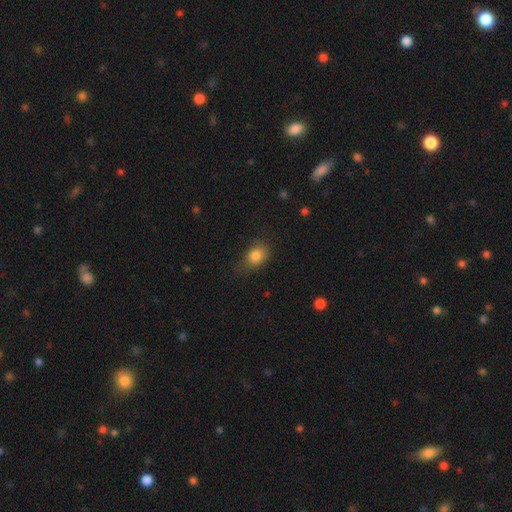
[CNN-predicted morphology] A smooth galaxy with no disk features (84%) that is in between round and cigar-shaped (63%). Merging: none (62%).